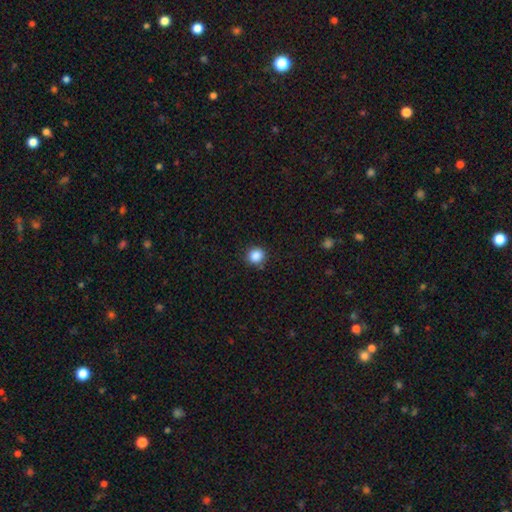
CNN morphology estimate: This is clearly a smooth galaxy (87%). How rounded: clearly round (89%). Merging: clearly none (87%).